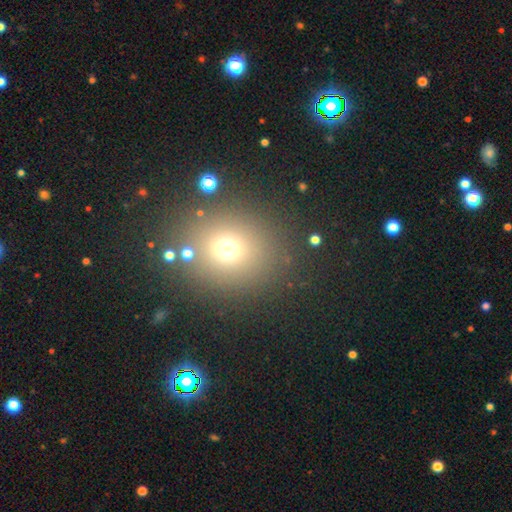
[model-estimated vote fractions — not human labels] Smooth or featured: smooth — 59% (star or artifact — 32%)
How rounded: round — 77% (in between — 22%)
Merging: none — 85% (minor disturbance — 8%)